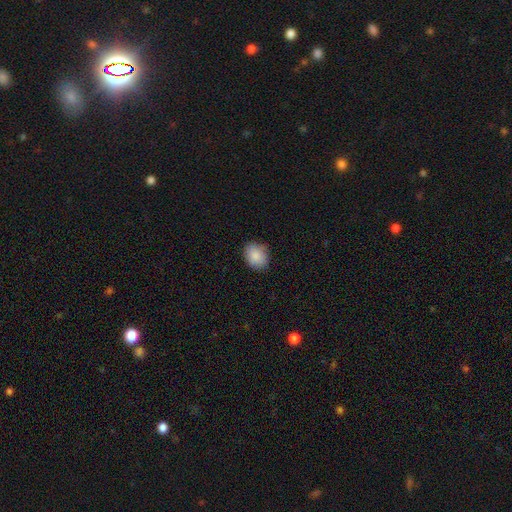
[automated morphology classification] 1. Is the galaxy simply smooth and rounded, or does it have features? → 88% smooth, 7% star or artifact, 5% featured or disk.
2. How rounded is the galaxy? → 50% in between, 49% round, 1% cigar-shaped.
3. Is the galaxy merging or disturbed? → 81% none, 15% minor disturbance, 3% major disturbance, 1% merger.